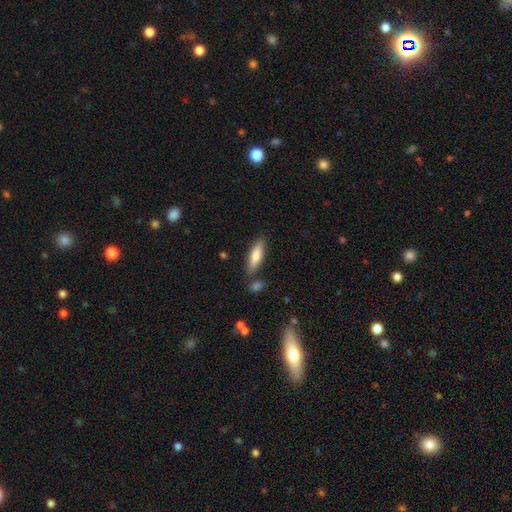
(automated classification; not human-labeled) smooth-or-featured: smooth: 77% | featured or disk: 17% | star or artifact: 6%
  how-rounded: cigar-shaped: 54% | in between: 44% | round: 2%
  merging: none: 79% | minor disturbance: 12% | merger: 6% | major disturbance: 3%